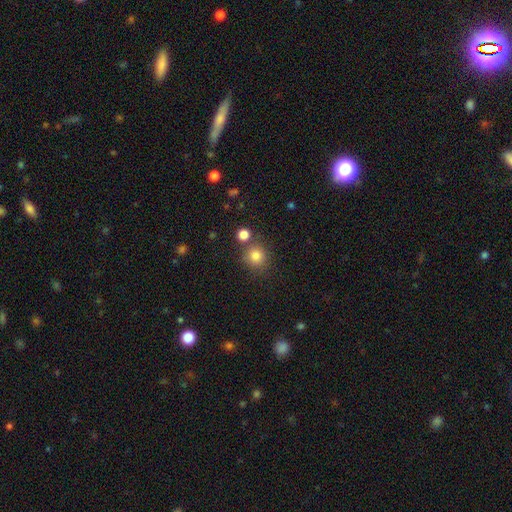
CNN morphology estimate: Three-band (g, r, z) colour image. It shows a smooth galaxy with no disk features (82%) that is round (89%). Merging: none (75%).